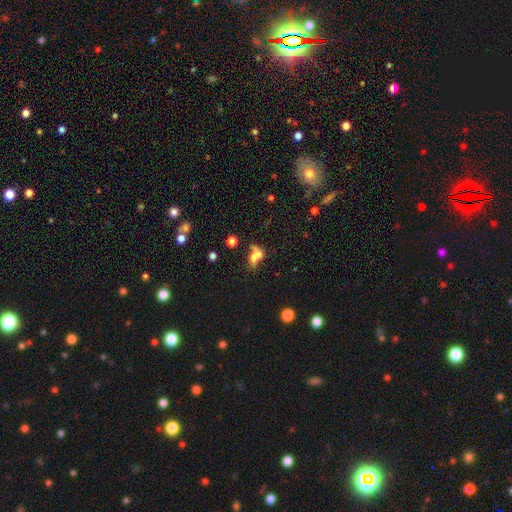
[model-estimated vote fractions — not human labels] Smooth or featured: smooth — 56% (featured or disk — 26%)
How rounded: in between — 61% (round — 32%)
Merging: merger — 61% (none — 20%)